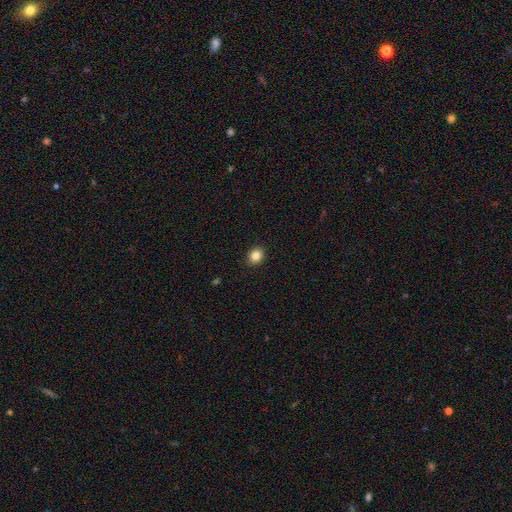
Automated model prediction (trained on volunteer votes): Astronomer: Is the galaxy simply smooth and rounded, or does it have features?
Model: smooth — 84%.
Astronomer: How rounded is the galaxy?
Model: round — 72%.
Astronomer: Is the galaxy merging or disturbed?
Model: none — 92%.